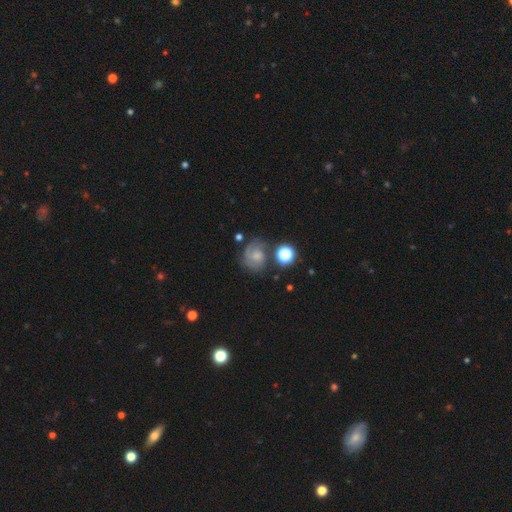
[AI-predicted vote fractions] Smooth or featured? Predicted: featured or disk (p=0.50). Merging? Predicted: none (p=0.55).